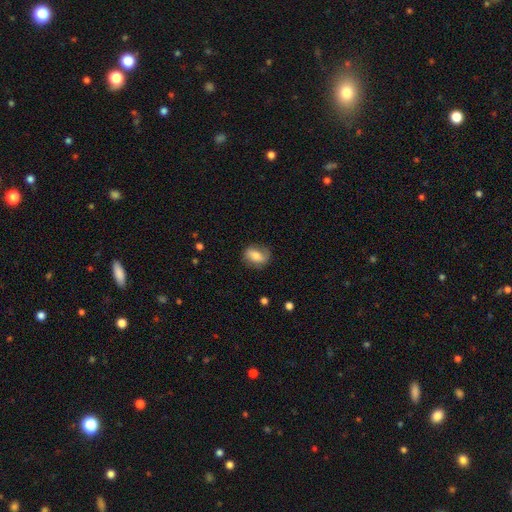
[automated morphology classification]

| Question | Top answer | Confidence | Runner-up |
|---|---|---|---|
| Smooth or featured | smooth | 63% | featured or disk (30%) |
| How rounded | in between | 70% | round (28%) |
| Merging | none | 70% | minor disturbance (21%) |